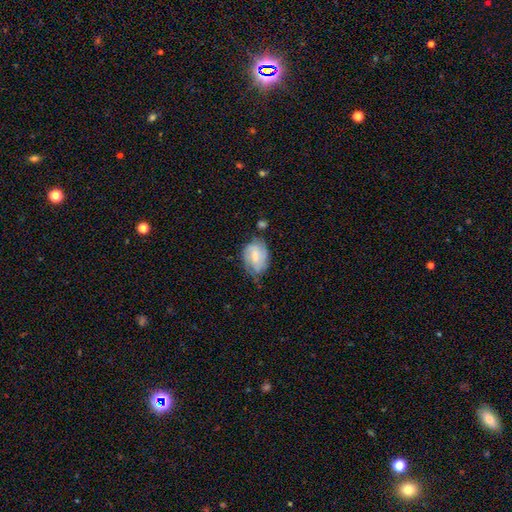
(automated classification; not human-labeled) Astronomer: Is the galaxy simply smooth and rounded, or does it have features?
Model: featured or disk — 49% (runner-up: smooth, 44%).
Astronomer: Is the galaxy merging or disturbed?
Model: none — 51% (runner-up: minor disturbance, 33%).